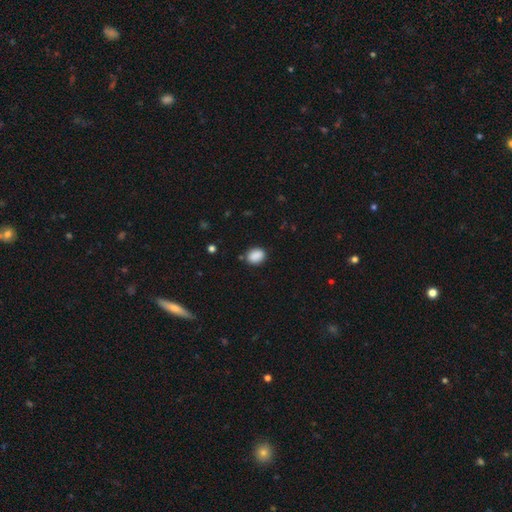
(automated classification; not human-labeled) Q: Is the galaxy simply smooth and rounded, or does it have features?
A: smooth — 88%.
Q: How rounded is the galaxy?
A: in between — 59%.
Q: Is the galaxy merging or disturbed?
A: none — 82%.